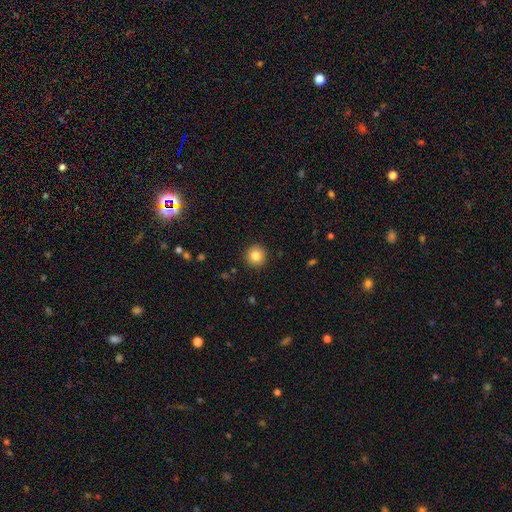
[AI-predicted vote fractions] Smooth or featured?
  - smooth: 84% *
  - star or artifact: 10%
  - featured or disk: 6%
How rounded?
  - round: 94% *
  - in between: 5%
  - cigar-shaped: 1%
Merging?
  - none: 91% *
  - minor disturbance: 6%
  - major disturbance: 2%
  - merger: 1%